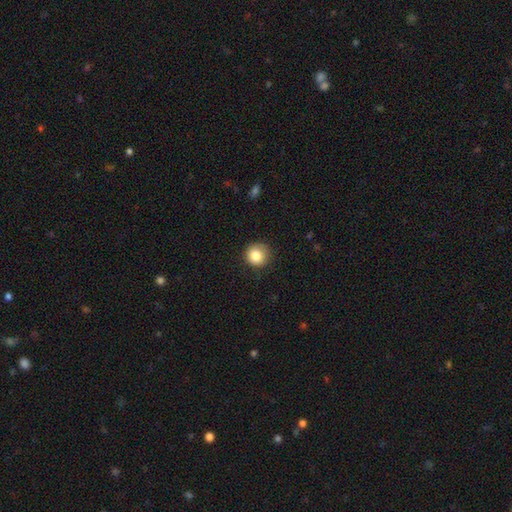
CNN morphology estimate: This is clearly a smooth galaxy (85%). How rounded: clearly round (92%). Merging: clearly none (81%).